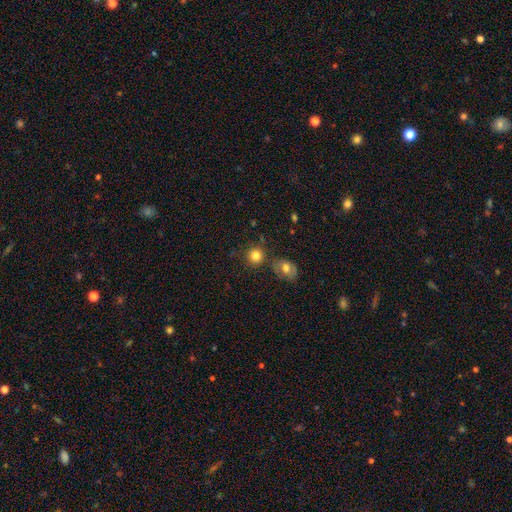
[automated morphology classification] Smooth or featured? smooth (81%)
How rounded? round (88%)
Merging? none (74%)